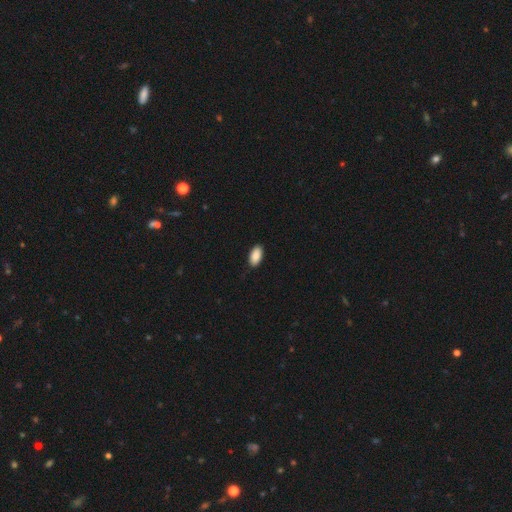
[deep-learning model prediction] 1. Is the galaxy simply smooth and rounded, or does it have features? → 90% smooth, 6% star or artifact, 3% featured or disk.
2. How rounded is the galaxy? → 95% in between, 3% round, 2% cigar-shaped.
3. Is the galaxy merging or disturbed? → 89% none, 9% minor disturbance, 2% major disturbance, 1% merger.